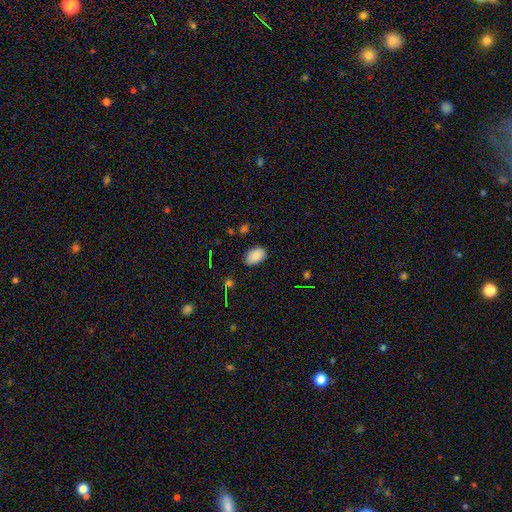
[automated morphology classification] Smooth or featured? smooth (87%)
How rounded? in between (89%)
Merging? none (81%)